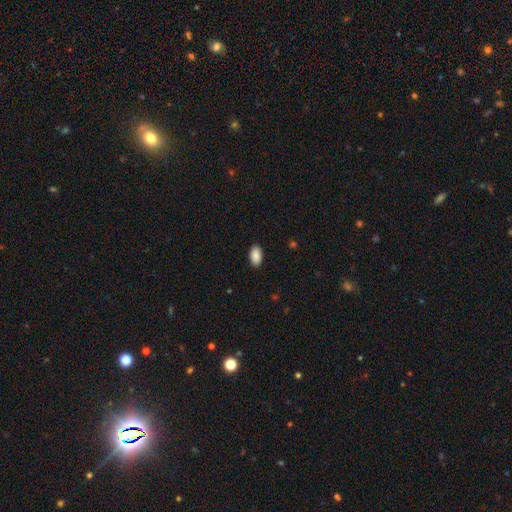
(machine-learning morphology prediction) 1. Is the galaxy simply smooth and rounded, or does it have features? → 90% smooth, 7% star or artifact, 3% featured or disk.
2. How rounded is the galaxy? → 94% in between, 3% round, 3% cigar-shaped.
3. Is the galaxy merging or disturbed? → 89% none, 8% minor disturbance, 2% major disturbance, 1% merger.